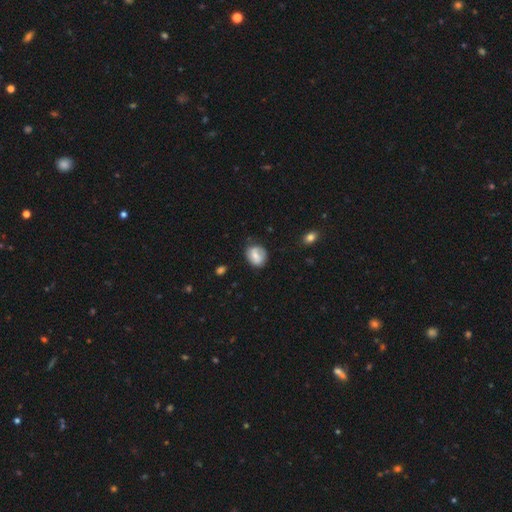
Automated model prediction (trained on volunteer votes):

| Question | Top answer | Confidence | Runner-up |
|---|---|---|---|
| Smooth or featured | smooth | 57% | featured or disk (36%) |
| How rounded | round | 53% | in between (46%) |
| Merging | none | 69% | minor disturbance (22%) |